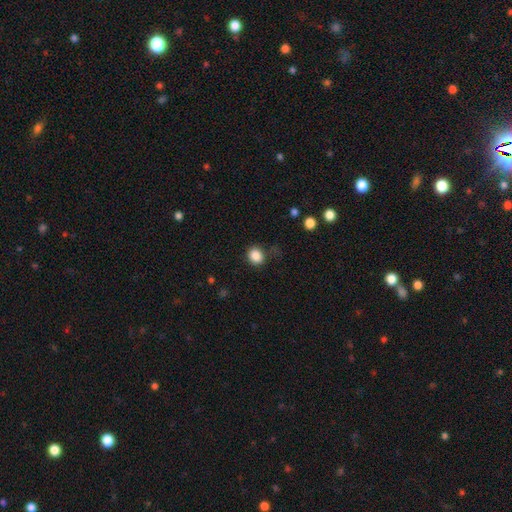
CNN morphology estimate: Smooth or featured? Predicted: smooth (p=0.86). How rounded? Predicted: round (p=0.71). Merging? Predicted: none (p=0.79).